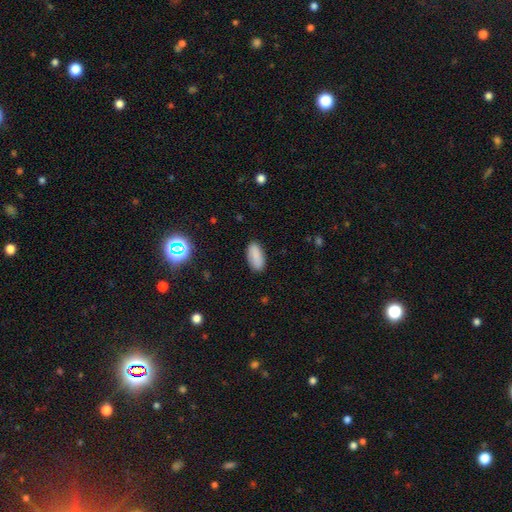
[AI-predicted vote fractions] This is clearly a smooth galaxy (87%). How rounded: clearly in between (89%). Merging: clearly none (87%).